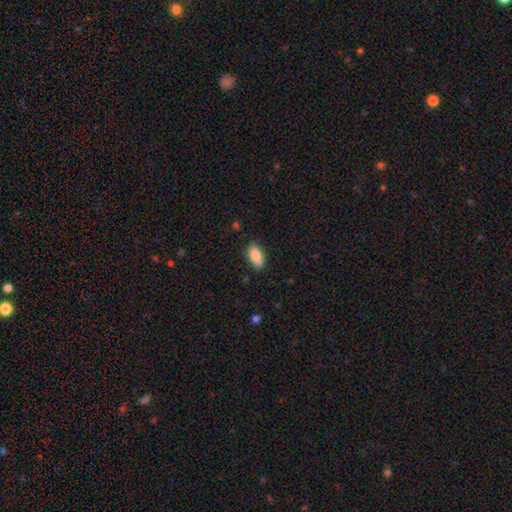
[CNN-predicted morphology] A smooth galaxy with no disk features (85%) that is in between round and cigar-shaped (89%). Merging: none (86%).